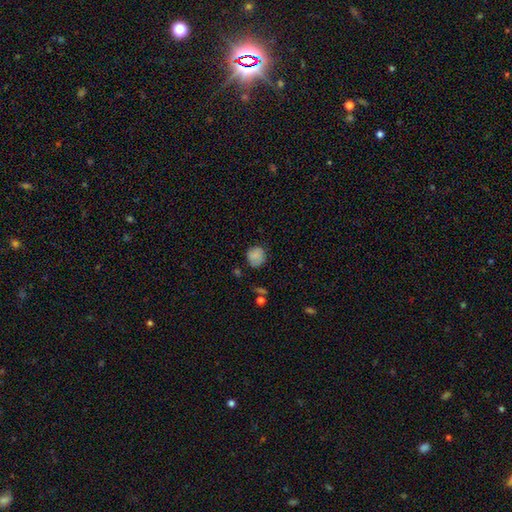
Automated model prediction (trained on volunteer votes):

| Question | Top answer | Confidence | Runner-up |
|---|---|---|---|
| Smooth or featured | smooth | 76% | featured or disk (14%) |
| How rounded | round | 78% | in between (21%) |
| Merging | none | 66% | minor disturbance (24%) |